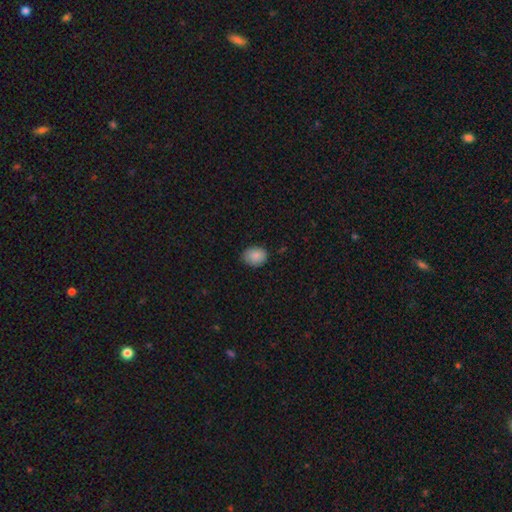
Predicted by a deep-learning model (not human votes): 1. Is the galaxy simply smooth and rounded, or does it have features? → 87% smooth, 8% star or artifact, 5% featured or disk.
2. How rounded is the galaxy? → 57% in between, 42% round, 1% cigar-shaped.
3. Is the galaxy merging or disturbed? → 77% none, 20% minor disturbance, 3% major disturbance, 1% merger.